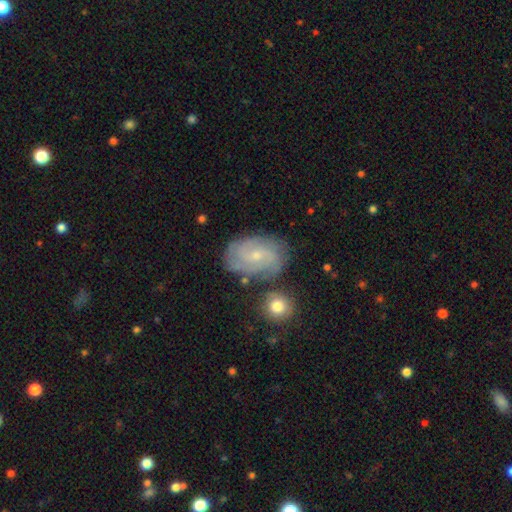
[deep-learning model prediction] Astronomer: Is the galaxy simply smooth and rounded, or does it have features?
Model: featured or disk — 76%.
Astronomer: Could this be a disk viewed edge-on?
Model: no — 97%.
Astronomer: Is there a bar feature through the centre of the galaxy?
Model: no — 56% (runner-up: weak, 38%).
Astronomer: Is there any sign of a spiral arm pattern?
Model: yes — 93%.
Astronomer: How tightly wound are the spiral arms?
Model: tight — 53% (runner-up: medium, 35%).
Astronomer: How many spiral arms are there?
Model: can't tell — 32% (runner-up: 2, 29%).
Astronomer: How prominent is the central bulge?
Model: small — 73%.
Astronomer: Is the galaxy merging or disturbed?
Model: none — 74%.